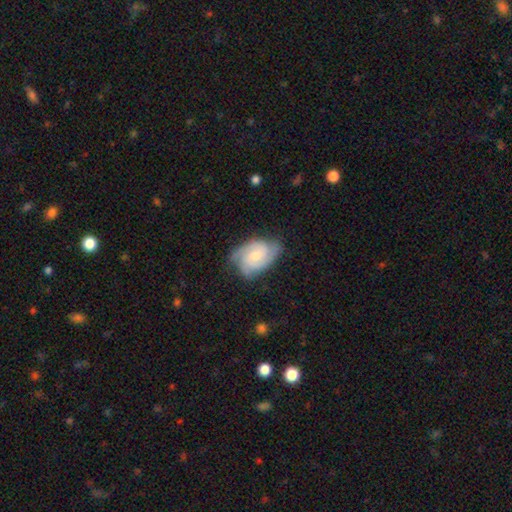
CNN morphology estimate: A featured or disk galaxy (76%) with no bar (64%), 3 (47%) tight (48%) spiral arms (96%) and a small central bulge (44%). Merging: none (66%).